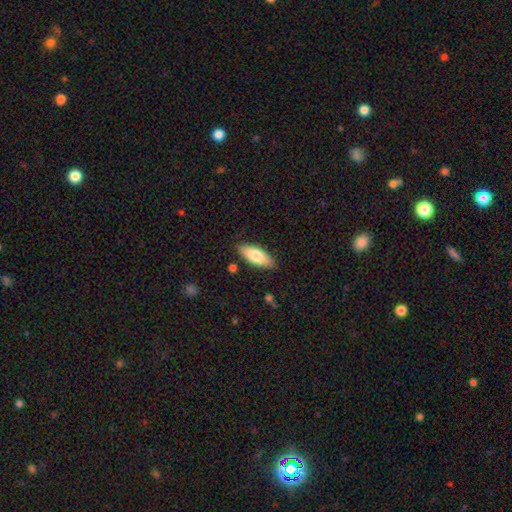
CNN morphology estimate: Overall: smooth (79%). How rounded: in between (76%). Merging: none (86%).